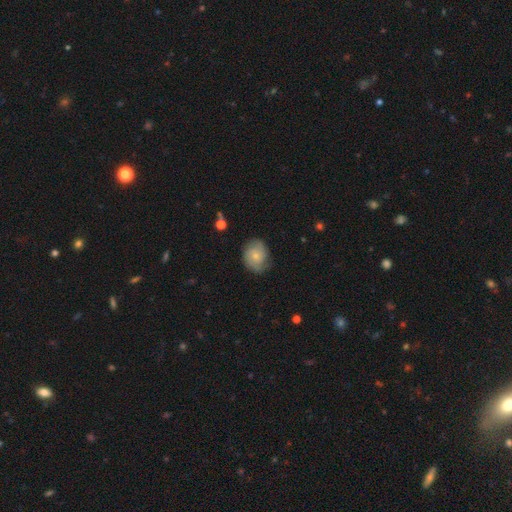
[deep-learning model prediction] This is possibly a smooth galaxy (48%). Merging: likely none (70%).